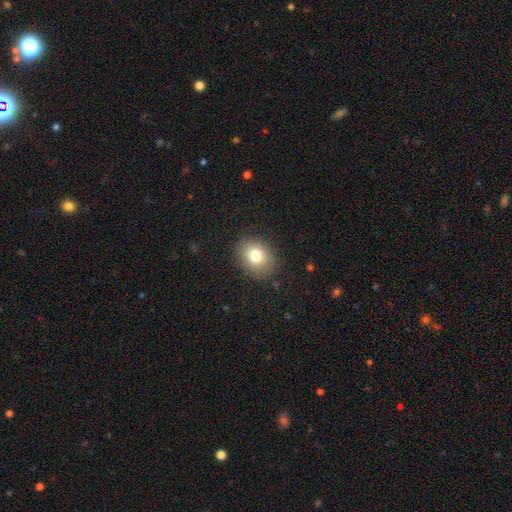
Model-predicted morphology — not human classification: A smooth galaxy with no disk features (78%) that is round (56%). Merging: none (87%).